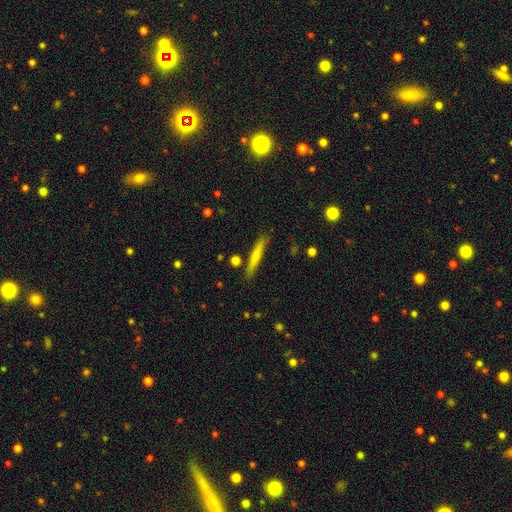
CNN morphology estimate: This is likely a smooth galaxy (62%). How rounded: clearly cigar-shaped (94%). Merging: clearly none (84%).